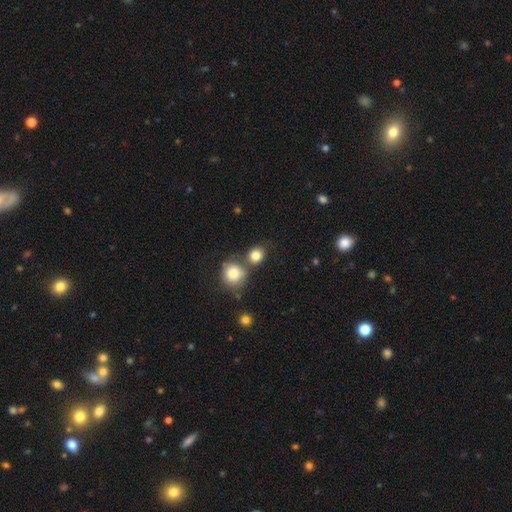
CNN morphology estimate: smooth 82%, star or artifact 11%, featured or disk 7%. Down the decision tree: how rounded — round (72%); merging — none (58%).